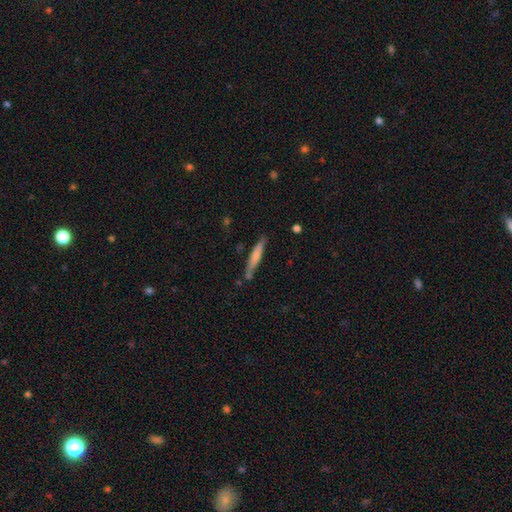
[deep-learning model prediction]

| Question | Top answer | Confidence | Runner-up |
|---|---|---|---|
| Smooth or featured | smooth | 61% | featured or disk (33%) |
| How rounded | cigar-shaped | 93% | in between (6%) |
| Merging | none | 75% | minor disturbance (16%) |